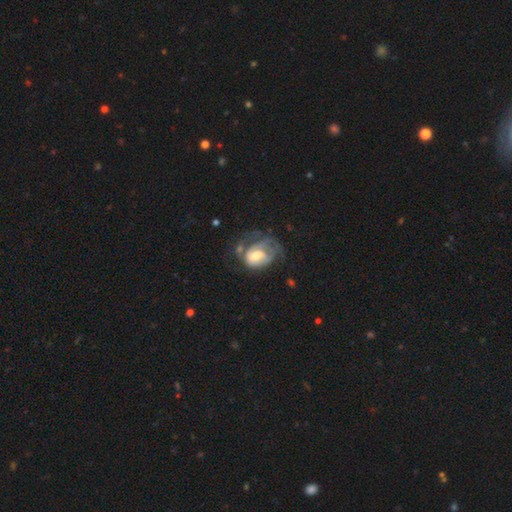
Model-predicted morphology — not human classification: The model was most divided on "bar": weak: 45%, no: 39%, strong: 15%. Remaining: edge-on disk — no (97%); spiral arms — yes (70%); smooth or featured — featured or disk (67%); bulge size — moderate (56%); merging — major disturbance (42%).